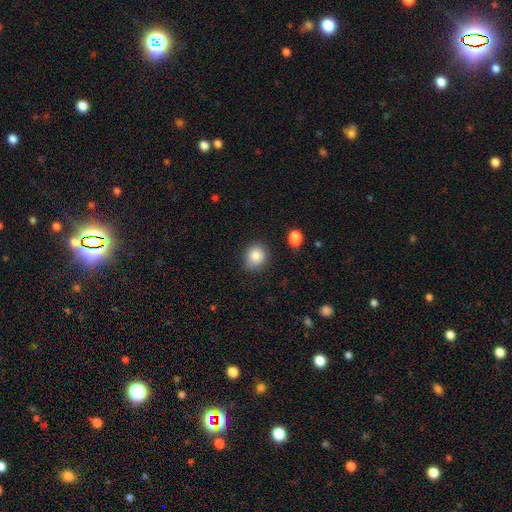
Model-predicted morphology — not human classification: type=smooth (85%); roundness=round (70%); merging=none (76%).